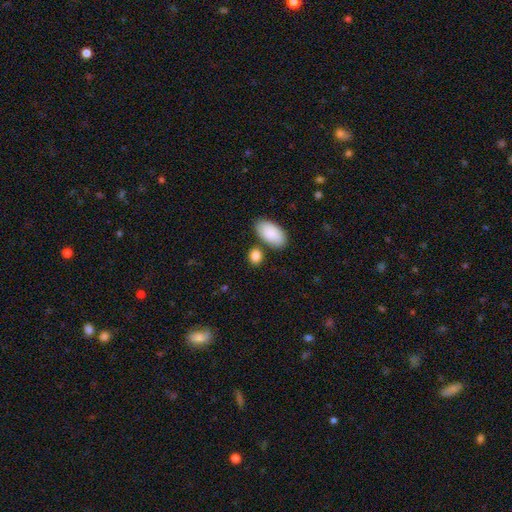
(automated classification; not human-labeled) This appears to be a smooth galaxy with no disk features (87%) that is in between round and cigar-shaped (71%). Merging: none (69%).